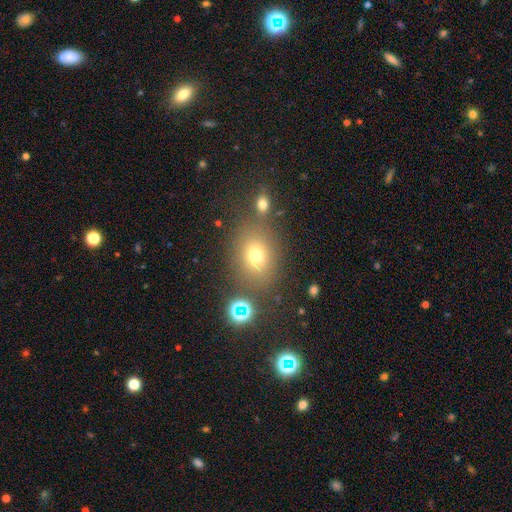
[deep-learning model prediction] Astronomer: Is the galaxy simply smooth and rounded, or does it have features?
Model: smooth — 67%.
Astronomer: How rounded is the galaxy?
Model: in between — 52% (runner-up: round, 47%).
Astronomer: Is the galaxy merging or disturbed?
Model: none — 74%.